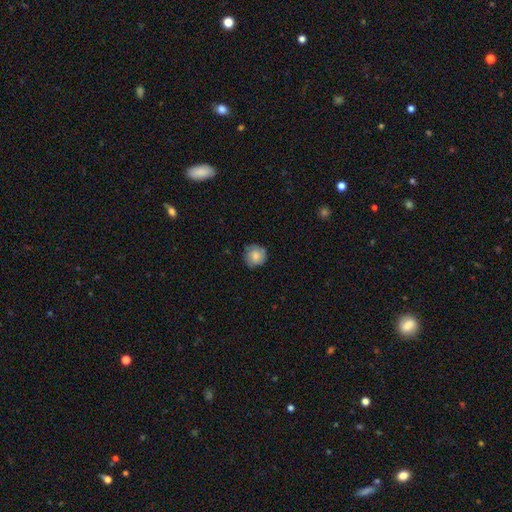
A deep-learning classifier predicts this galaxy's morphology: Smooth or featured: smooth — 74% (featured or disk — 19%)
How rounded: round — 91% (in between — 8%)
Merging: none — 77% (minor disturbance — 18%)